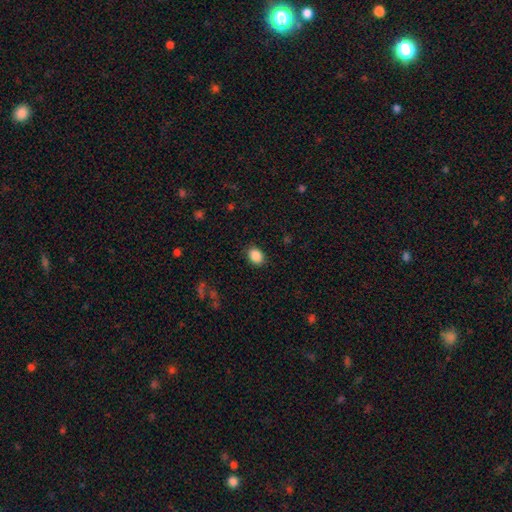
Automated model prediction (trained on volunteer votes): Smooth or featured? Predicted: smooth (p=0.88). How rounded? Predicted: in between (p=0.66). Merging? Predicted: none (p=0.87).